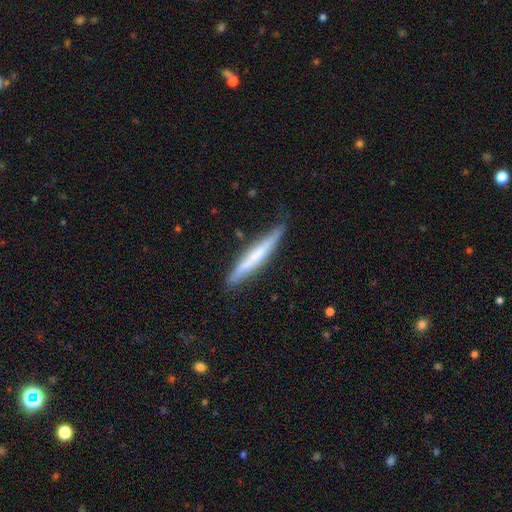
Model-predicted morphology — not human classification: Smooth or featured: smooth — 50% (featured or disk — 44%)
How rounded: cigar-shaped — 95% (in between — 4%)
Merging: none — 78% (minor disturbance — 18%)